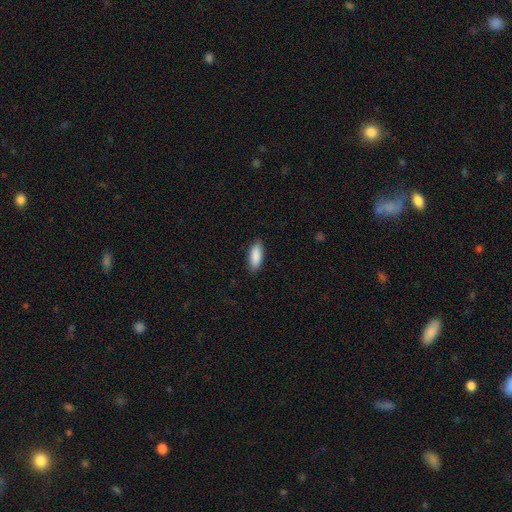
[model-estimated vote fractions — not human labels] A smooth galaxy with no disk features (89%) that is in between round and cigar-shaped (73%). Merging: none (87%).